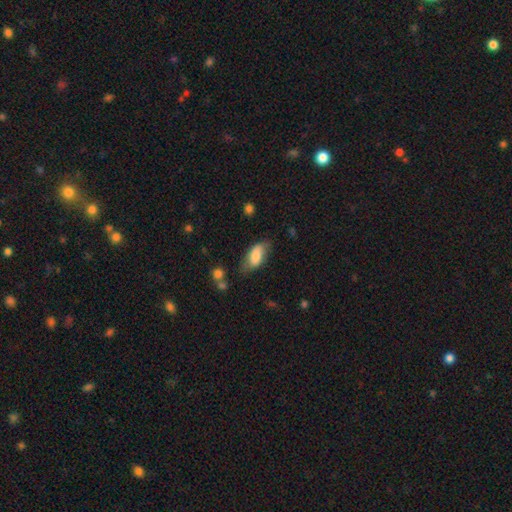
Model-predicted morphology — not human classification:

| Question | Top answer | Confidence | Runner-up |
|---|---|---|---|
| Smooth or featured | smooth | 77% | featured or disk (16%) |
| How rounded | in between | 88% | cigar-shaped (9%) |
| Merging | none | 60% | minor disturbance (27%) |